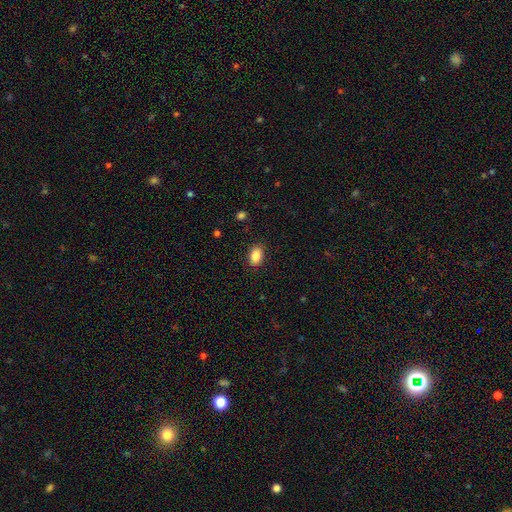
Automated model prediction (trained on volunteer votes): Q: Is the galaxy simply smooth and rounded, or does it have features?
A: smooth — 87%.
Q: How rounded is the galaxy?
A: in between — 88%.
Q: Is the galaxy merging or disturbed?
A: none — 88%.